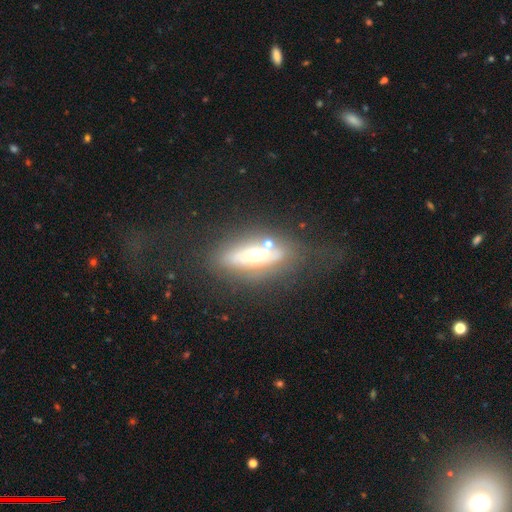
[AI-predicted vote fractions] smooth_or_featured: featured or disk (p=0.61) [alt: smooth p=0.30]
disk_edge_on: yes (p=0.60) [alt: no p=0.40]
merging: none (p=0.49) [alt: minor disturbance p=0.21]